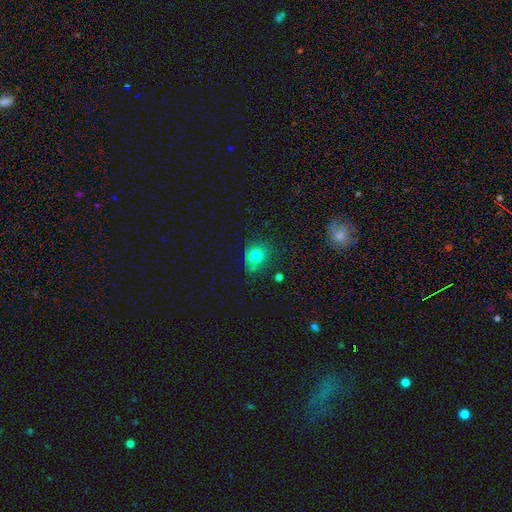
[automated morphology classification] Smooth or featured?
  - smooth: 79% *
  - star or artifact: 12%
  - featured or disk: 9%
How rounded?
  - round: 71% *
  - in between: 28%
  - cigar-shaped: 1%
Merging?
  - none: 67% *
  - minor disturbance: 23%
  - major disturbance: 6%
  - merger: 4%